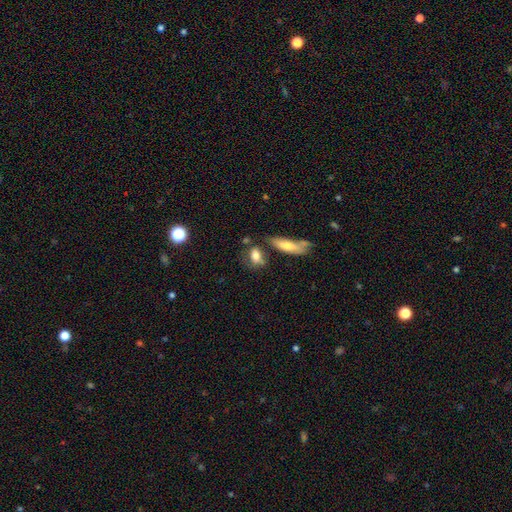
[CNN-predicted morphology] This appears to be a smooth galaxy with no disk features (75%) that is in between round and cigar-shaped (71%). Merging: none (55%).